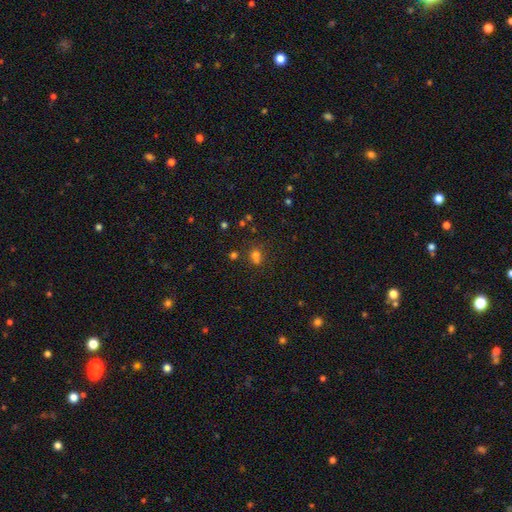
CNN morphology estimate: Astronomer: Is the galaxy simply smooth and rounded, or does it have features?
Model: smooth — 65%.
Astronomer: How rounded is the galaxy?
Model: round — 59% (runner-up: in between, 40%).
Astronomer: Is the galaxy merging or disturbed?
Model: none — 53%.